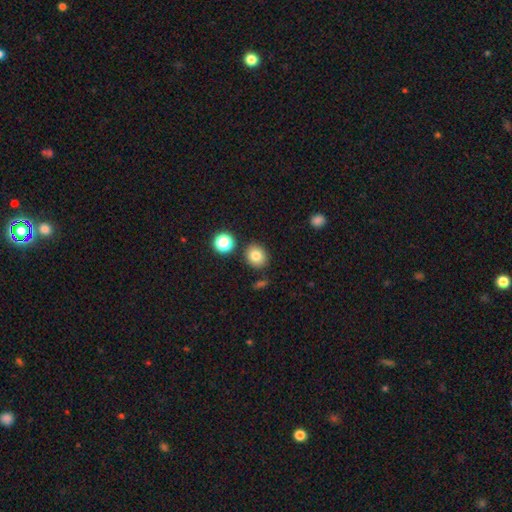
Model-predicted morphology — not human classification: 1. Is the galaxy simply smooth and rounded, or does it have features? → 79% smooth, 12% star or artifact, 9% featured or disk.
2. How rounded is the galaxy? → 74% round, 25% in between, 1% cigar-shaped.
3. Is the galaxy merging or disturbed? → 83% none, 9% minor disturbance, 5% merger, 3% major disturbance.